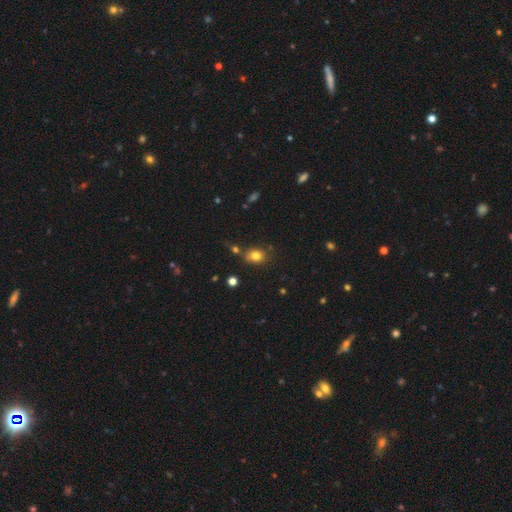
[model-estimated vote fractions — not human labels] A smooth galaxy with no disk features (78%) that is round (52%). Merging: none (67%).